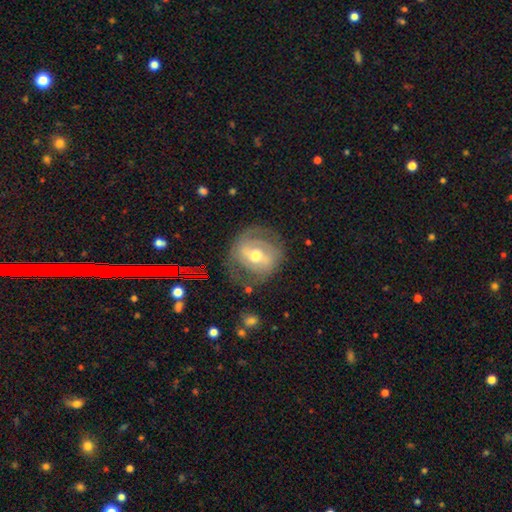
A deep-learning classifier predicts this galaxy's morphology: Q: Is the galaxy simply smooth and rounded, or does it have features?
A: featured or disk — 69%.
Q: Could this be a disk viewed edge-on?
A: no — 96%.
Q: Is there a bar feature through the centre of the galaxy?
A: weak — 45%.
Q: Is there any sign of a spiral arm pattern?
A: yes — 75%.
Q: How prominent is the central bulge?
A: moderate — 74%.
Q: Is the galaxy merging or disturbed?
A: none — 67%.